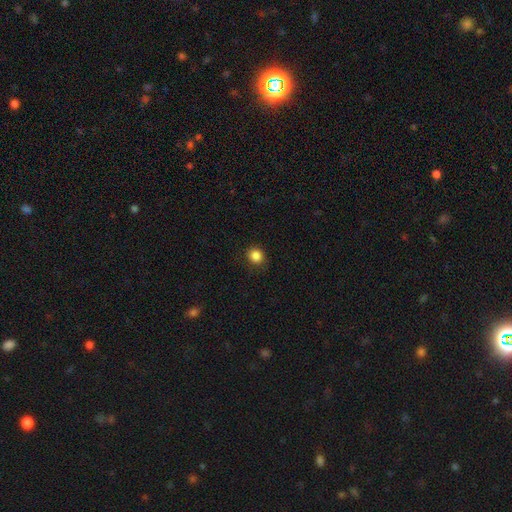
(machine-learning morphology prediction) This is clearly a smooth galaxy (85%). How rounded: clearly round (82%). Merging: clearly none (87%).